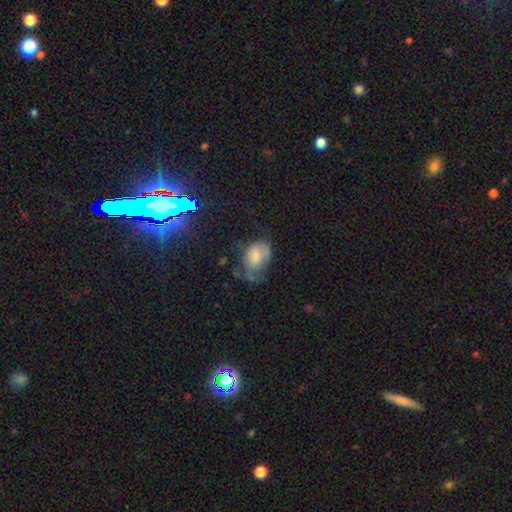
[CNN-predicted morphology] smooth_or_featured: smooth (p=0.61) [alt: featured or disk p=0.29]
how_rounded: in between (p=0.82) [alt: round p=0.17]
merging: major disturbance (p=0.36) [alt: minor disturbance p=0.32]